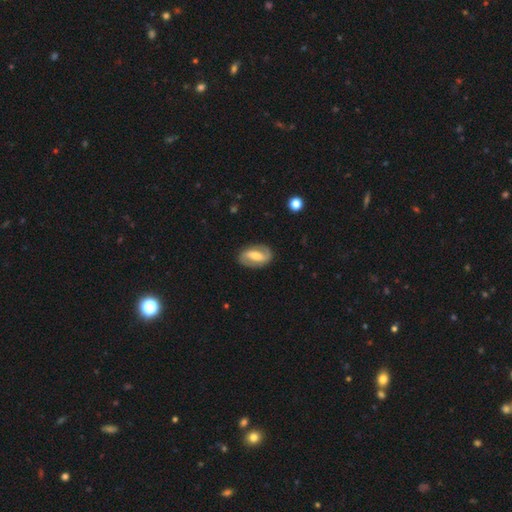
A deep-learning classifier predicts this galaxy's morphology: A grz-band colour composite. It shows a featured or disk galaxy (76%) with a strong bar (44%), 2 (90%) medium (45%) spiral arms (90%) and a moderate central bulge (55%). Merging: none (84%).